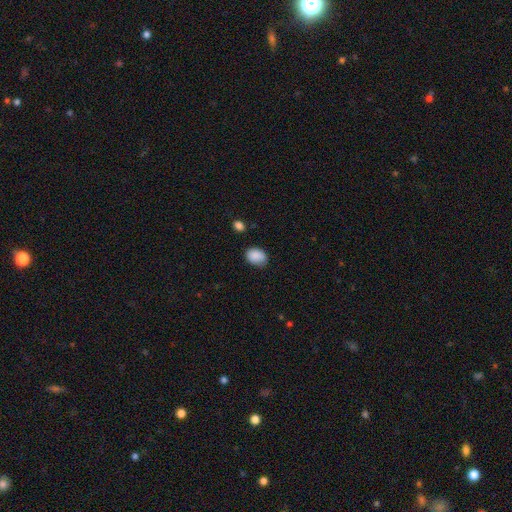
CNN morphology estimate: Overall: smooth (88%). How rounded: in between (71%). Merging: none (74%).